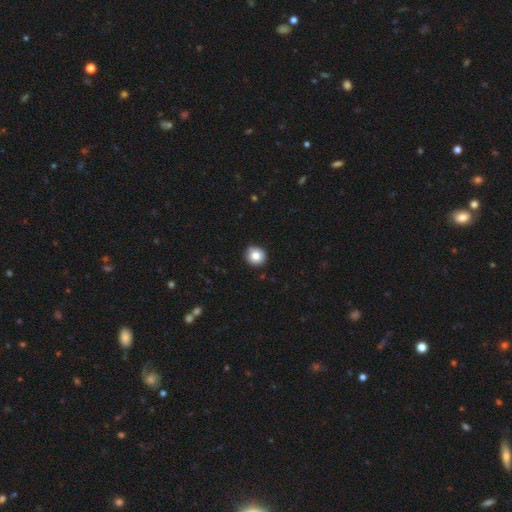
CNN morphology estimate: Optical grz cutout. It shows a smooth galaxy with no disk features (83%) that is round (92%). Merging: none (88%).